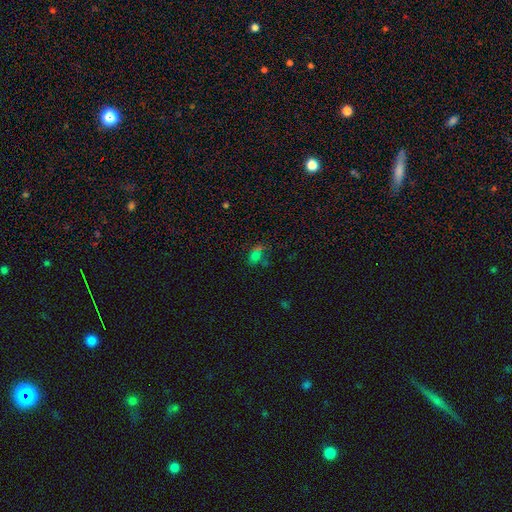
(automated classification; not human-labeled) A smooth galaxy with no disk features (53%) that is in between round and cigar-shaped (58%). Merging: none (46%).